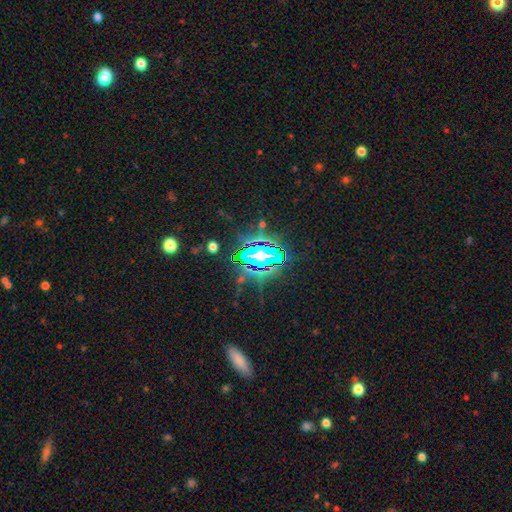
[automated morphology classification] Q: Smooth or featured?
A: star or artifact (71%); runner-up: featured or disk (15%)